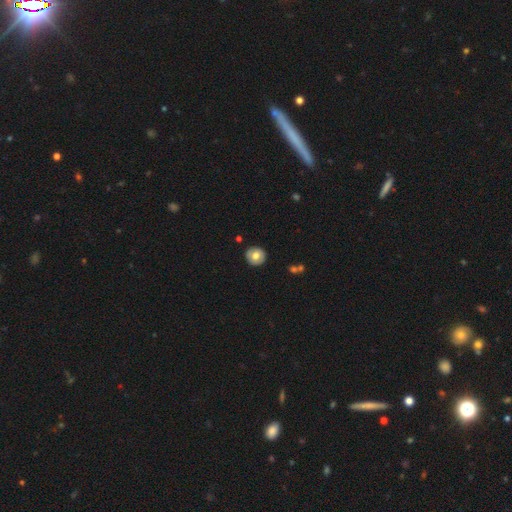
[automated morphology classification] The model was most divided on "smooth or featured": smooth: 71%, featured or disk: 22%, star or artifact: 8%. More confident: how rounded — round (89%); merging — none (89%).